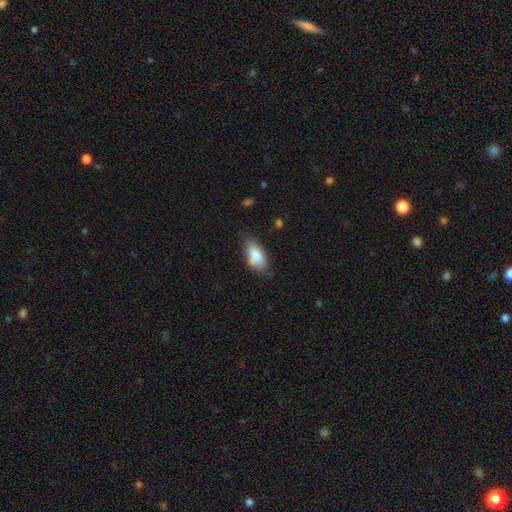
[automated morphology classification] smooth-or-featured: smooth: 84% | featured or disk: 9% | star or artifact: 7%
  how-rounded: in between: 88% | cigar-shaped: 9% | round: 3%
  merging: none: 61% | minor disturbance: 30% | major disturbance: 6% | merger: 3%